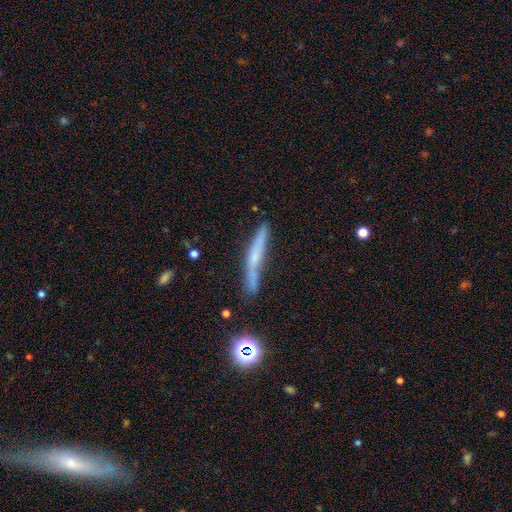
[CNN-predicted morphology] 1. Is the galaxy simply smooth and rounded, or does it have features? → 51% featured or disk, 37% smooth, 11% star or artifact.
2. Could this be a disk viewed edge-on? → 91% yes, 9% no.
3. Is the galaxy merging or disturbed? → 71% none, 20% minor disturbance, 5% major disturbance, 4% merger.